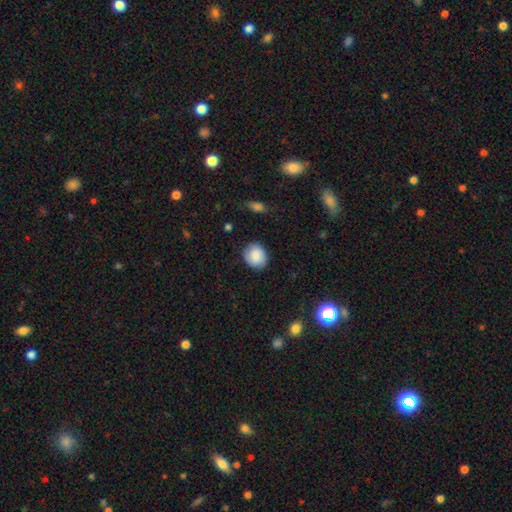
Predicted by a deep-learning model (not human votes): Q: Smooth or featured?
A: smooth (86%); runner-up: featured or disk (7%)
Q: How rounded?
A: round (71%); runner-up: in between (28%)
Q: Merging?
A: none (84%); runner-up: minor disturbance (12%)